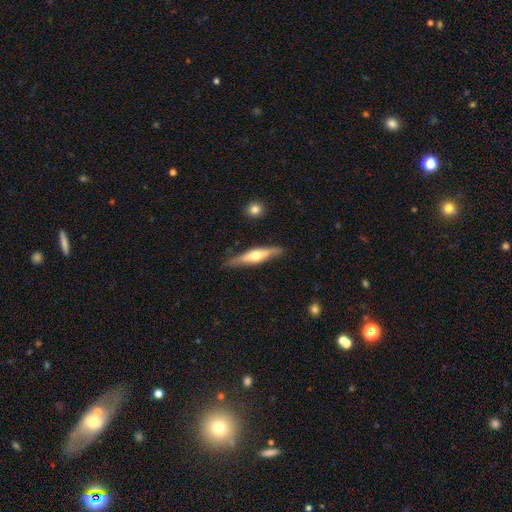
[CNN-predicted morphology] featured or disk 61%, smooth 34%, star or artifact 5%. Down the decision tree: edge-on disk — yes (92%); edge-on bulge — rounded (89%); merging — none (81%).